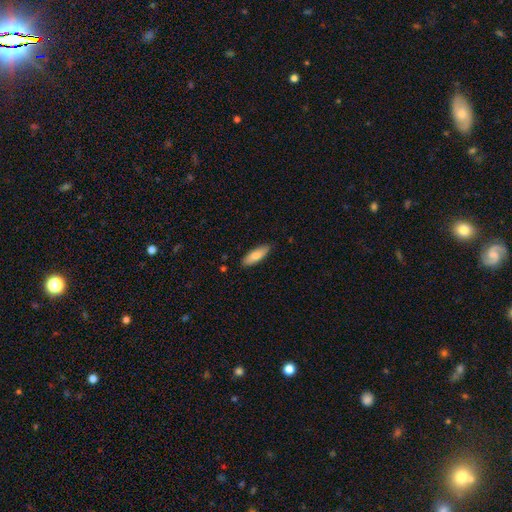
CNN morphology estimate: Q: Smooth or featured?
A: smooth (80%); runner-up: featured or disk (14%)
Q: How rounded?
A: in between (62%); runner-up: cigar-shaped (36%)
Q: Merging?
A: none (86%); runner-up: minor disturbance (11%)